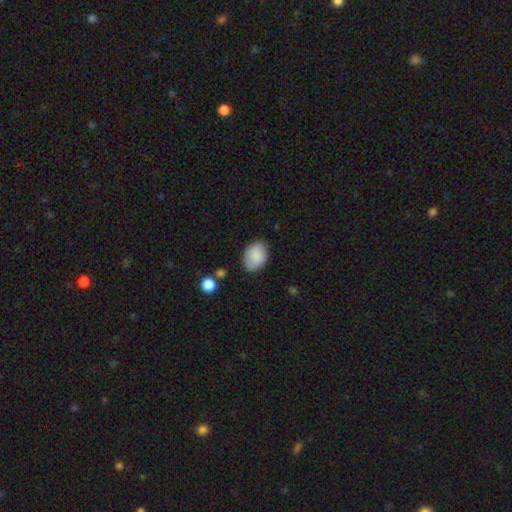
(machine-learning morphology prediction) Q: Smooth or featured?
A: smooth (86%); runner-up: star or artifact (7%)
Q: How rounded?
A: in between (82%); runner-up: round (17%)
Q: Merging?
A: none (79%); runner-up: minor disturbance (16%)